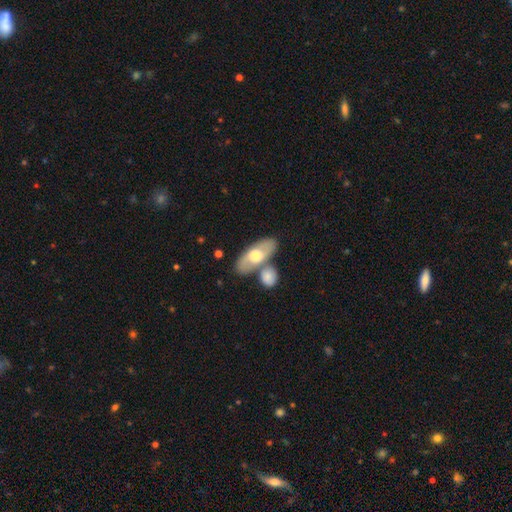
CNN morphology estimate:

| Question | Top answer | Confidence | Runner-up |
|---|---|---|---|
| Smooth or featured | smooth | 54% | featured or disk (41%) |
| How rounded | in between | 80% | cigar-shaped (16%) |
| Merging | none | 59% | merger (26%) |